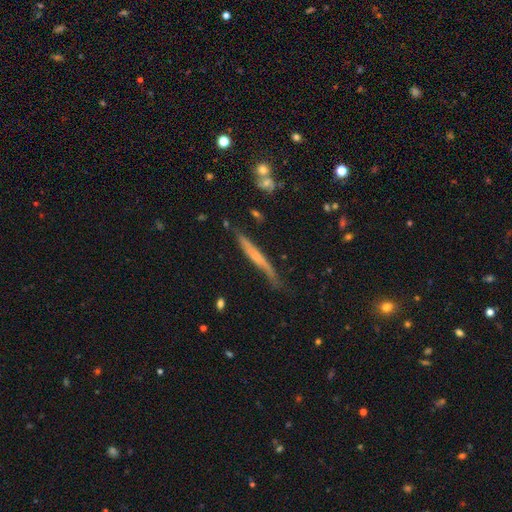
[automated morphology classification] type=featured or disk (47%); merging=none (66%).